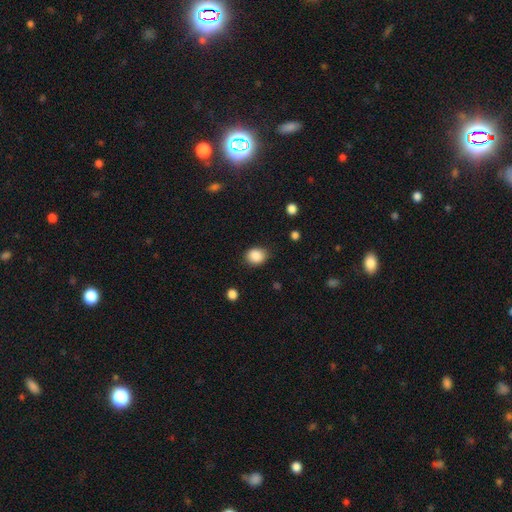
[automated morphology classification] smooth 88%, star or artifact 9%, featured or disk 3%. Down the decision tree: how rounded — round (60%); merging — none (83%).